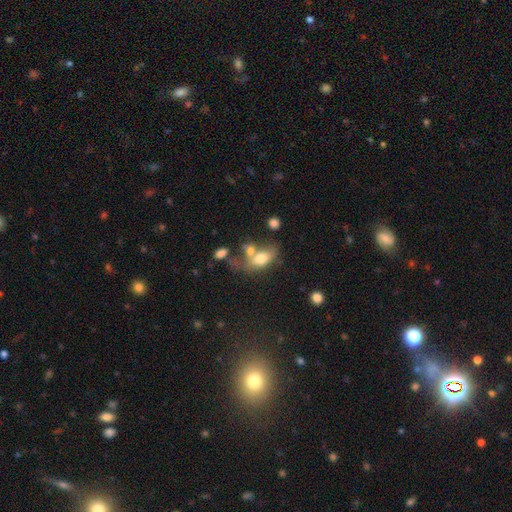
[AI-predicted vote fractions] This is likely a smooth galaxy (63%). How rounded: clearly in between (81%). Merging: marginally merger (40%).